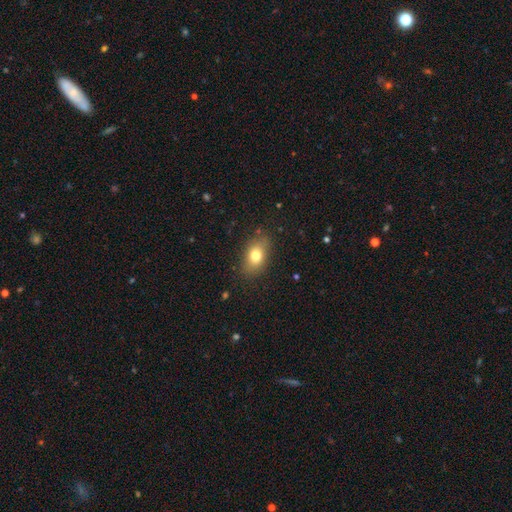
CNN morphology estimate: Smooth or featured?
  - smooth: 76% *
  - featured or disk: 14%
  - star or artifact: 10%
How rounded?
  - in between: 81% *
  - round: 16%
  - cigar-shaped: 3%
Merging?
  - none: 82% *
  - minor disturbance: 13%
  - major disturbance: 4%
  - merger: 1%